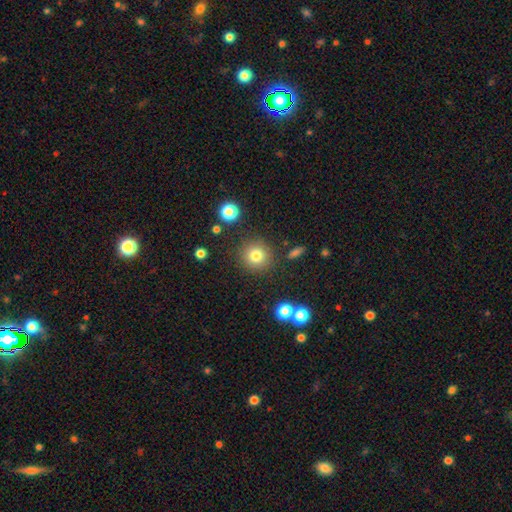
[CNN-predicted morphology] Smooth or featured? Predicted: smooth (p=0.79). How rounded? Predicted: round (p=0.92). Merging? Predicted: none (p=0.85).